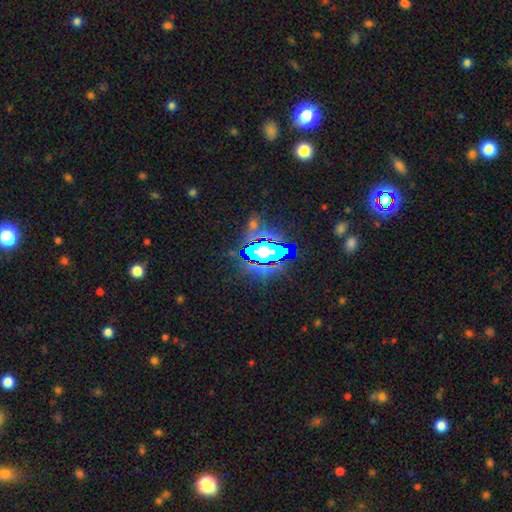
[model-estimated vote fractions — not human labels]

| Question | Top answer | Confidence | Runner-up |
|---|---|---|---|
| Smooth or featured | star or artifact | 81% | smooth (10%) |